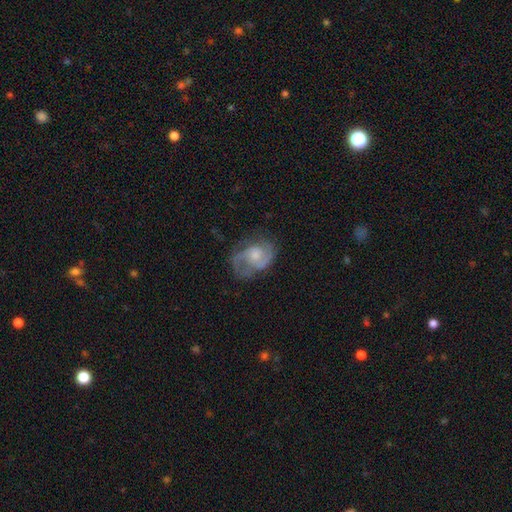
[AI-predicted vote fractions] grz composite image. It shows a featured or disk galaxy (70%) with no bar (67%), 2 (70%) medium (49%) spiral arms (86%) and a moderate central bulge (47%). Merging: none (55%).